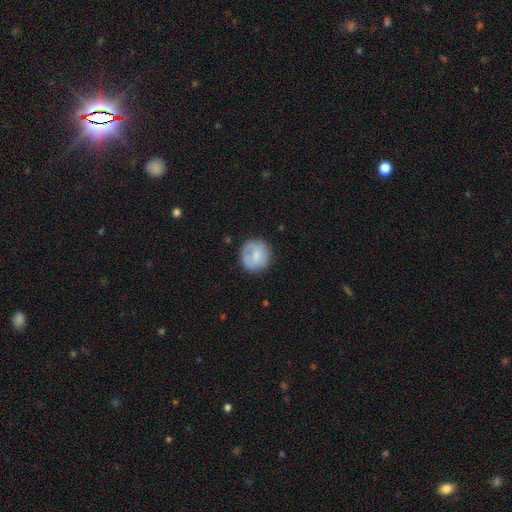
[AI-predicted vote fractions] The model was most divided on "smooth or featured": smooth: 66%, featured or disk: 27%, star or artifact: 7%. More confident: how rounded — round (90%); merging — none (76%).